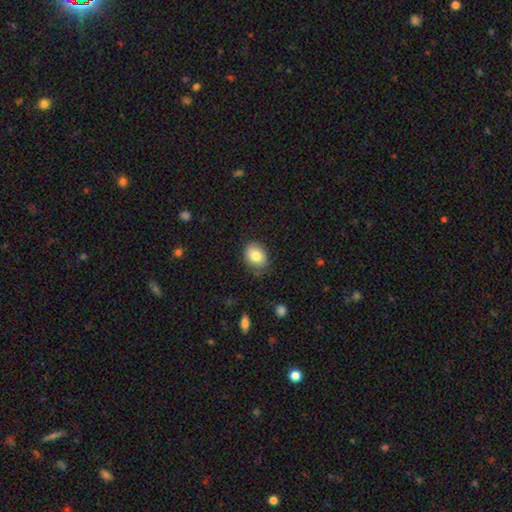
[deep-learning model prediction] Smooth or featured? smooth (81%)
How rounded? in between (56%)
Merging? none (80%)